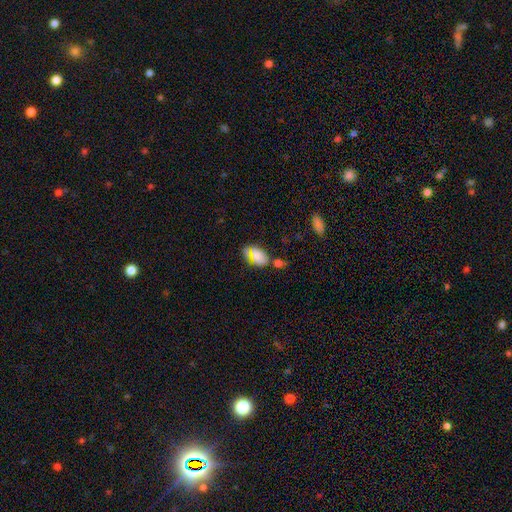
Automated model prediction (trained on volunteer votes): A smooth galaxy with no disk features (70%) that is in between round and cigar-shaped (87%). Merging: none (57%).